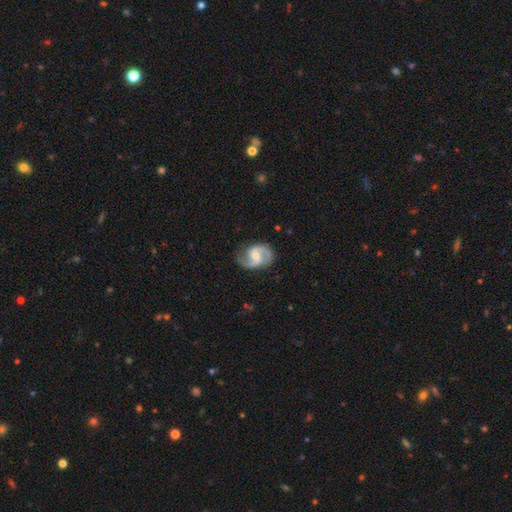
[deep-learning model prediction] Overall: featured or disk (91%). Edge-on disk: no (98%). Bar: weak (46%; no 41%). Spiral arms: yes (98%). Spiral arm count: 2 (94%). Spiral winding: medium (63%). Bulge size: moderate (51%; small 44%). Merging: none (82%).